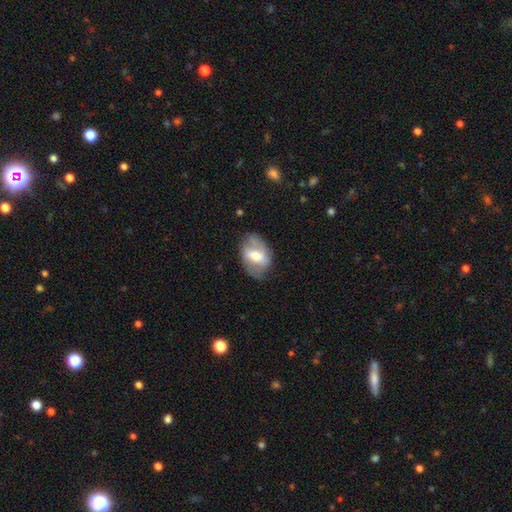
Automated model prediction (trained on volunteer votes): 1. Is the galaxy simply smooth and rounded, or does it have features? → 52% featured or disk, 42% smooth, 7% star or artifact.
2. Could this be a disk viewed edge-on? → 92% no, 8% yes.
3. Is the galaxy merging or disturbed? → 68% none, 22% minor disturbance, 8% major disturbance, 2% merger.